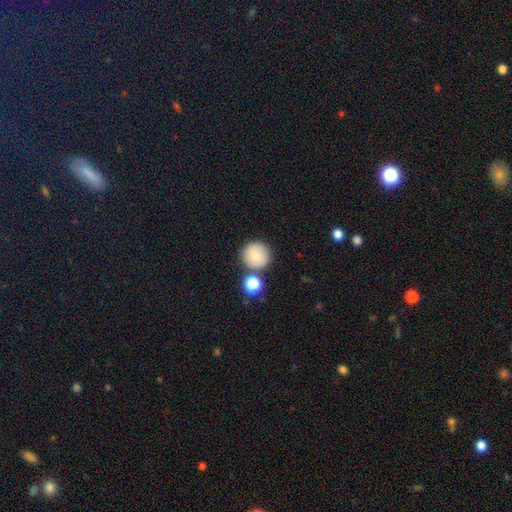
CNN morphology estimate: A smooth galaxy with no disk features (79%) that is round (95%). Merging: none (75%).